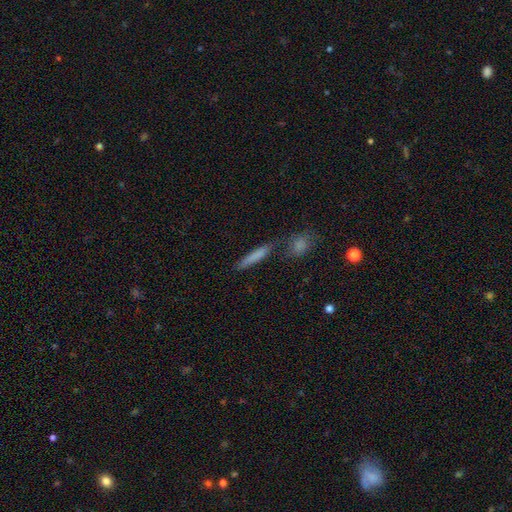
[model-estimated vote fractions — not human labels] Overall: smooth (78%). How rounded: cigar-shaped (87%). Merging: none (69%).